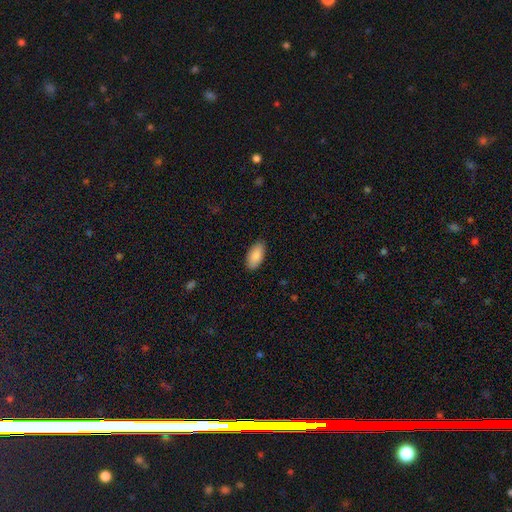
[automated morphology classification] smooth_or_featured: smooth (p=0.89) [alt: star or artifact p=0.06]
how_rounded: in between (p=0.93) [alt: cigar-shaped p=0.05]
merging: none (p=0.87) [alt: minor disturbance p=0.10]